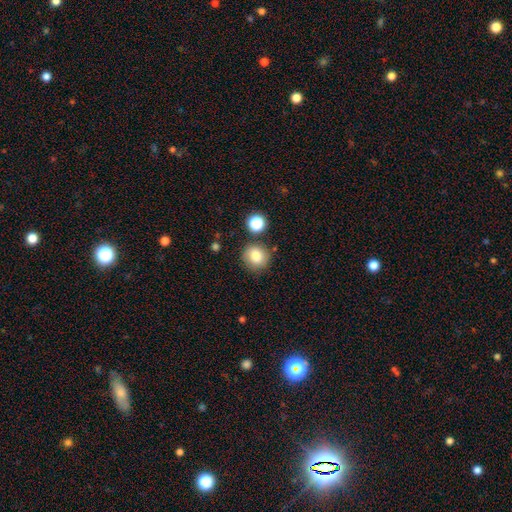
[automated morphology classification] Smooth or featured? smooth (81%)
How rounded? round (89%)
Merging? none (80%)